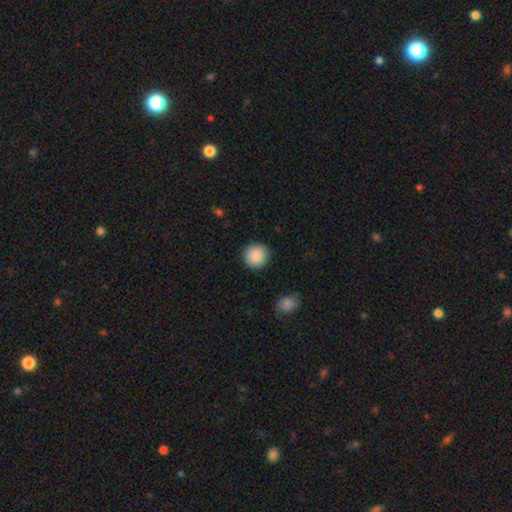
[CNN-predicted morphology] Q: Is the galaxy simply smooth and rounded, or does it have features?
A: smooth — 89%.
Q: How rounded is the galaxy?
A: round — 95%.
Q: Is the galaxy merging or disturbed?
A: none — 91%.